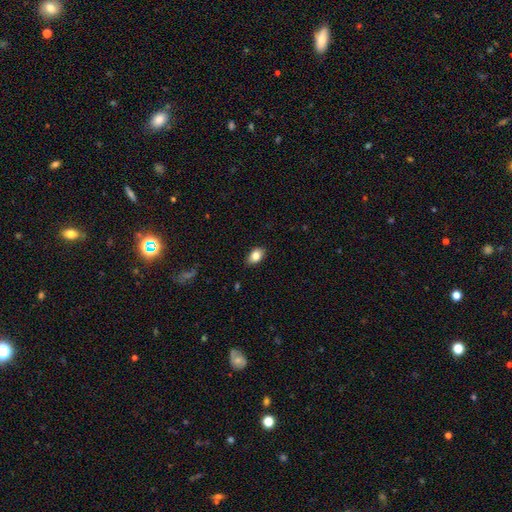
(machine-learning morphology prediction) type=smooth (84%); roundness=in between (87%); merging=none (86%).